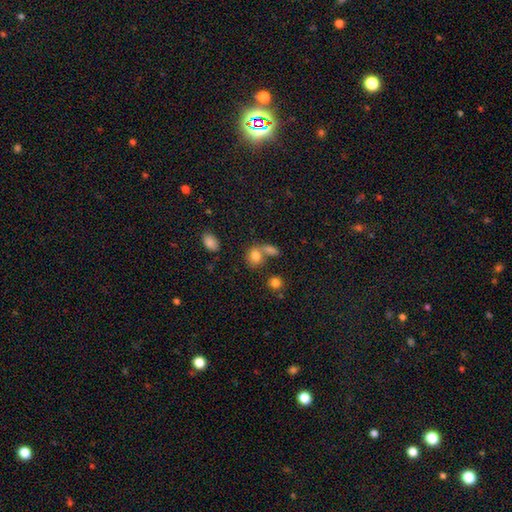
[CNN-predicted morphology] Overall: smooth (78%). How rounded: in between (56%; round 42%). Merging: none (46%; merger 37%).